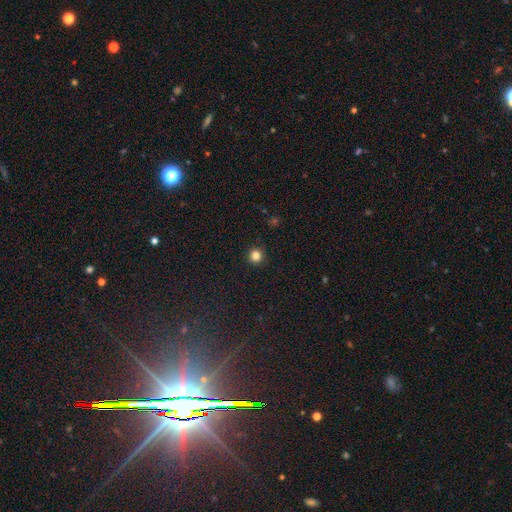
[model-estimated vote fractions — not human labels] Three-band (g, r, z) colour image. It shows a smooth galaxy with no disk features (84%) that is round (95%). Merging: none (92%).